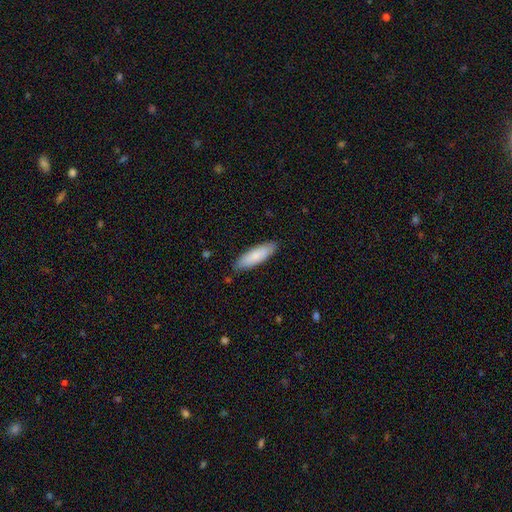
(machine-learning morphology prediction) The model was most divided on "how rounded": in between: 51%, cigar-shaped: 48%, round: 1%. More confident: merging — none (85%); smooth or featured — smooth (80%).